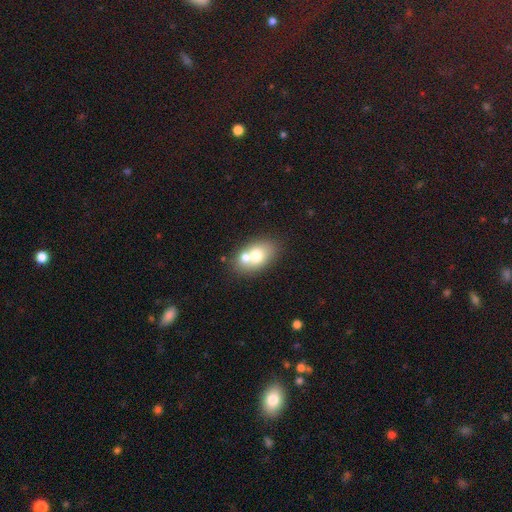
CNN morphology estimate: The model was most divided on "merging": merger: 45%, none: 42%, minor disturbance: 9%, major disturbance: 3%. More confident: how rounded — in between (79%); smooth or featured — smooth (67%).